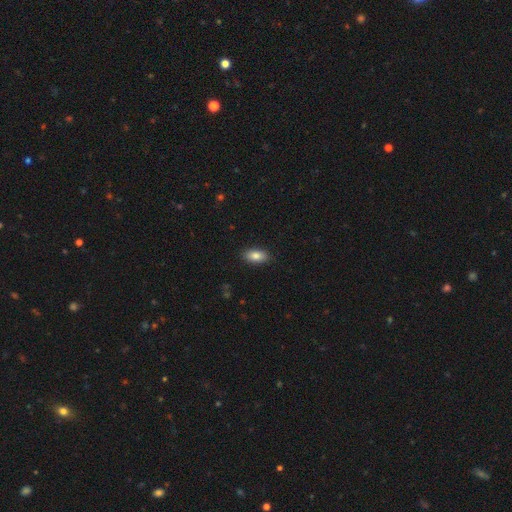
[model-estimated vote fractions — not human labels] This appears to be a smooth galaxy with no disk features (85%) that is in between round and cigar-shaped (91%). Merging: none (89%).